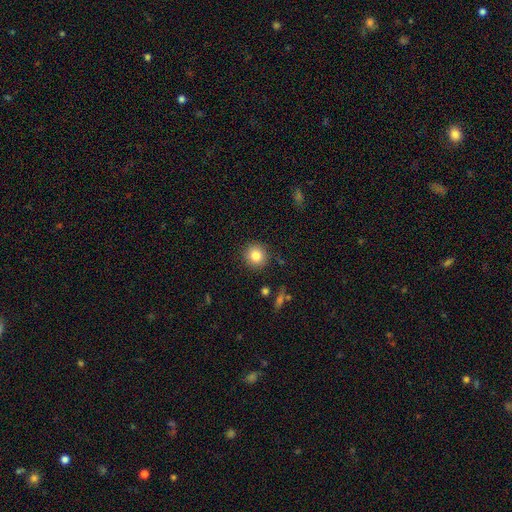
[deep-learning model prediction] This is clearly a smooth galaxy (82%). How rounded: clearly round (93%). Merging: clearly none (89%).